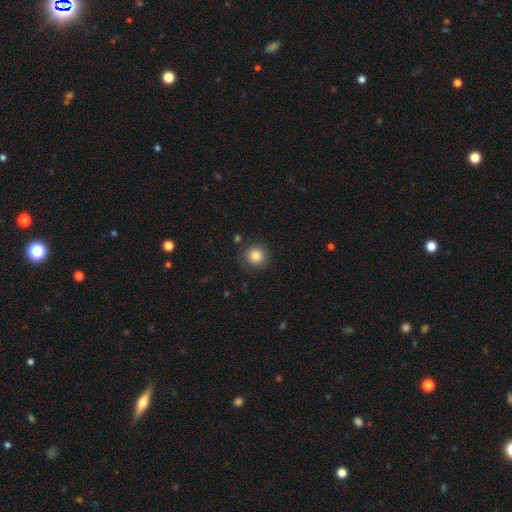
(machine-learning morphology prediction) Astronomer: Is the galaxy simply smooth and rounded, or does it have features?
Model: smooth — 84%.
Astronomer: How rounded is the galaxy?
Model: round — 93%.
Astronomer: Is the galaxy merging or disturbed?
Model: none — 86%.